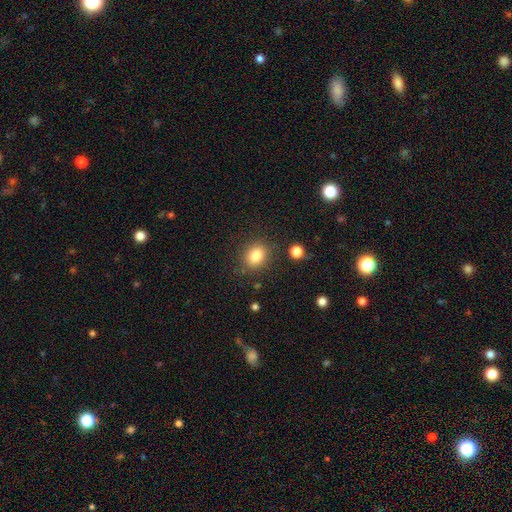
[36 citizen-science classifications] Smooth or featured: smooth — 86% (featured or disk — 11%)
How rounded: round — 65% (in between — 35%)
Merging: none — 77% (minor disturbance — 17%)